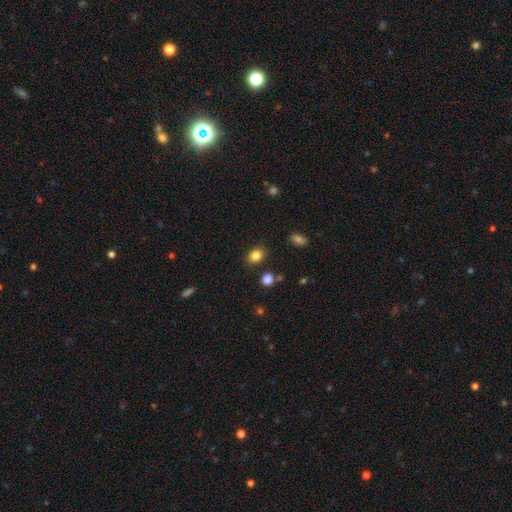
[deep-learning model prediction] Q: Smooth or featured?
A: smooth (83%); runner-up: star or artifact (11%)
Q: How rounded?
A: in between (59%); runner-up: round (40%)
Q: Merging?
A: none (86%); runner-up: minor disturbance (9%)